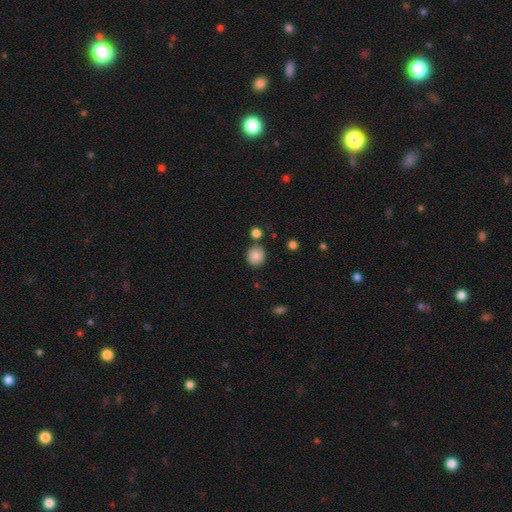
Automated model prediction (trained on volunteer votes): smooth-or-featured: smooth: 86% | star or artifact: 9% | featured or disk: 5%
  how-rounded: round: 87% | in between: 12% | cigar-shaped: 1%
  merging: none: 80% | minor disturbance: 10% | merger: 7% | major disturbance: 3%